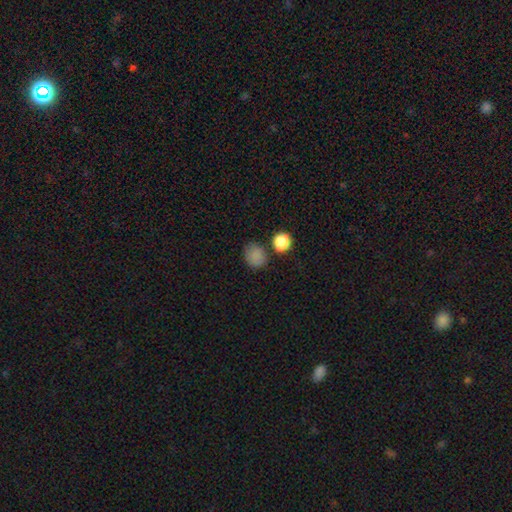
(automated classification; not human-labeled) smooth_or_featured: smooth (p=0.82) [alt: star or artifact p=0.13]
how_rounded: round (p=0.66) [alt: in between p=0.33]
merging: none (p=0.73) [alt: minor disturbance p=0.15]